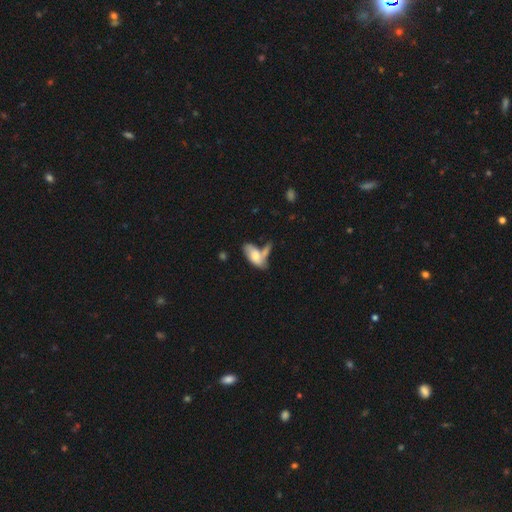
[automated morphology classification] Smooth or featured? Predicted: smooth (p=0.61). How rounded? Predicted: in between (p=0.87). Merging? Predicted: merger (p=0.38).